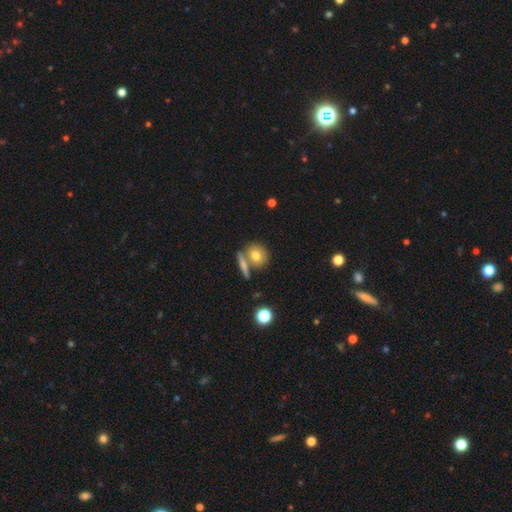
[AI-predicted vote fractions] Q: Smooth or featured?
A: smooth (72%); runner-up: featured or disk (19%)
Q: How rounded?
A: round (72%); runner-up: in between (24%)
Q: Merging?
A: none (61%); runner-up: merger (26%)